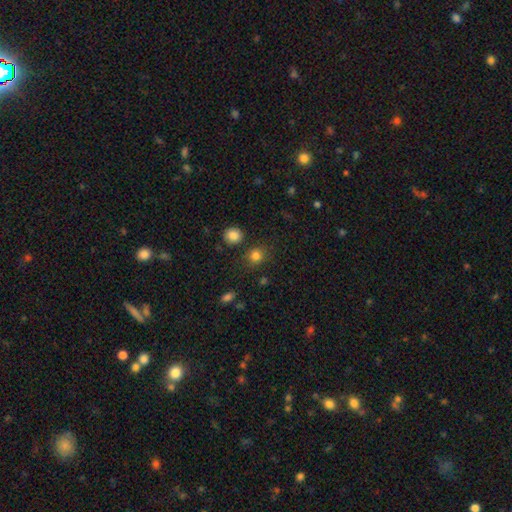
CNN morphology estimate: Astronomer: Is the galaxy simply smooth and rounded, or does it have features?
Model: smooth — 82%.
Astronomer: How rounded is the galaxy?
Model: round — 84%.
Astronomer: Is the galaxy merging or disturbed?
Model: none — 80%.